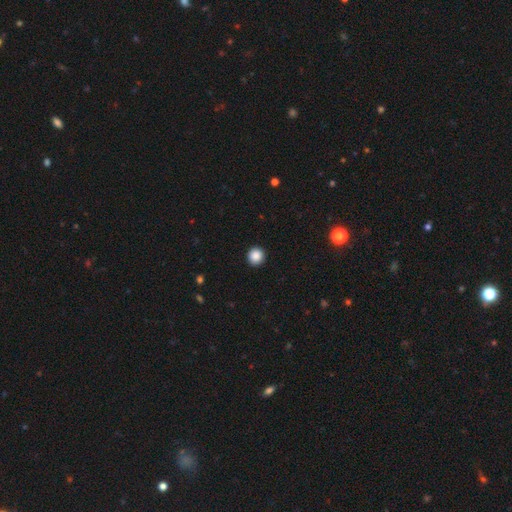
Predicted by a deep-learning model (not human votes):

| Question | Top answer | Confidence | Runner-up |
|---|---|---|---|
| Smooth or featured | smooth | 87% | star or artifact (9%) |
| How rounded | round | 95% | in between (4%) |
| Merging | none | 93% | minor disturbance (4%) |